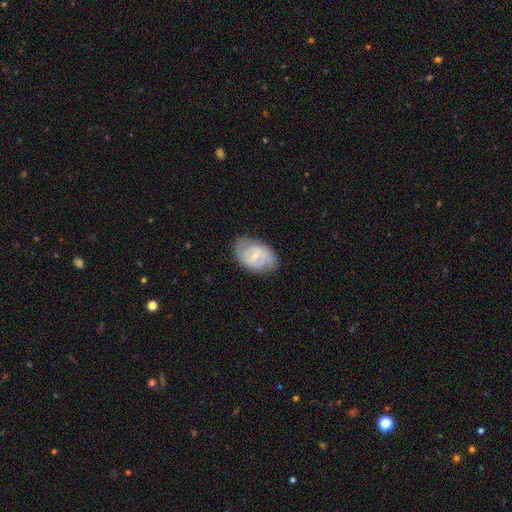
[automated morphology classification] The model was most divided on "spiral winding": tight: 45%, medium: 42%, loose: 13%. More confident: edge-on disk — no (97%); spiral arms — yes (88%); merging — none (76%); smooth or featured — featured or disk (69%); spiral arm count — 2 (68%); bulge size — small (66%); bar — weak (55%).